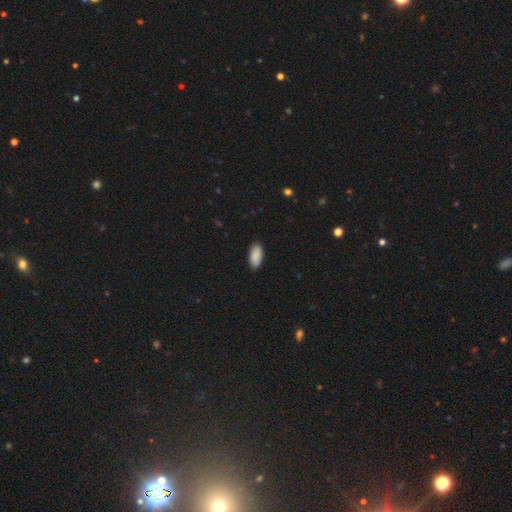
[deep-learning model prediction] Q: Smooth or featured?
A: smooth (90%); runner-up: star or artifact (6%)
Q: How rounded?
A: in between (92%); runner-up: cigar-shaped (6%)
Q: Merging?
A: none (88%); runner-up: minor disturbance (9%)